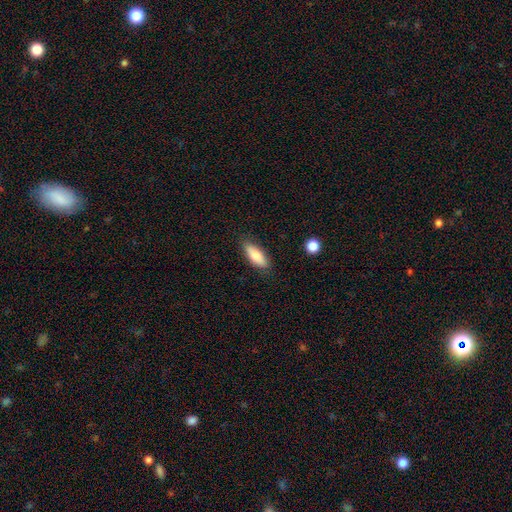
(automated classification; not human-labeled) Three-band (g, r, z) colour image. It shows a smooth galaxy with no disk features (76%) that is in between round and cigar-shaped (68%). Merging: none (86%).